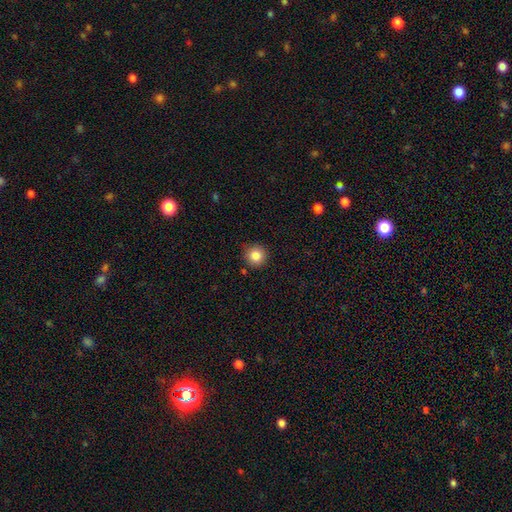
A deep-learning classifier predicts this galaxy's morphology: This appears to be a smooth galaxy with no disk features (85%) that is round (95%). Merging: none (89%).